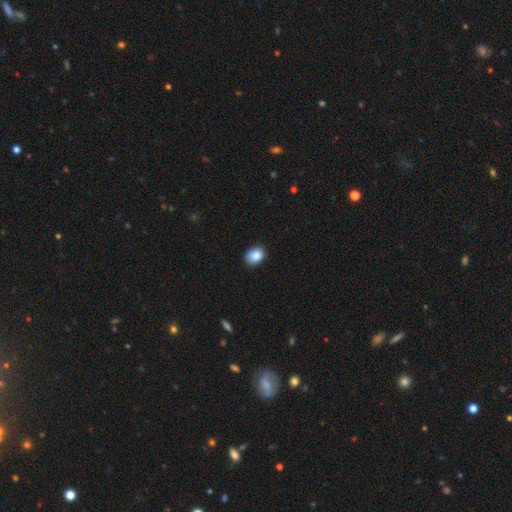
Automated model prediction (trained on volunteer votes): Morphology: type=smooth (87%); roundness=in between (71%); merging=none (83%).